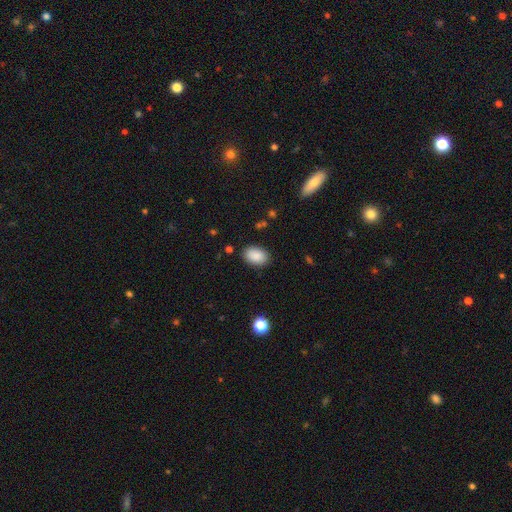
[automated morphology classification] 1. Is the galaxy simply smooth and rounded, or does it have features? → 89% smooth, 7% star or artifact, 4% featured or disk.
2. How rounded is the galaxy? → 88% in between, 11% round, 1% cigar-shaped.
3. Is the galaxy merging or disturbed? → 86% none, 10% minor disturbance, 3% major disturbance, 1% merger.